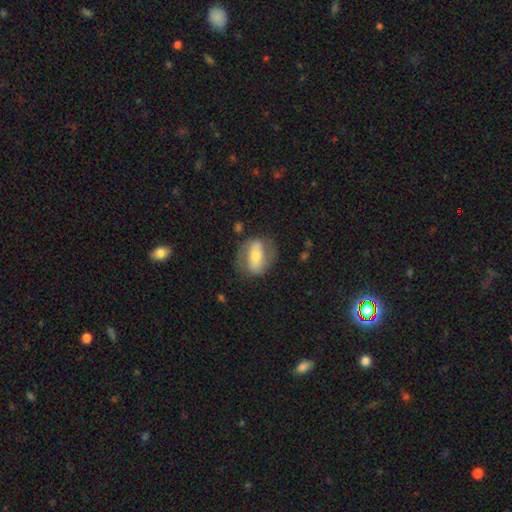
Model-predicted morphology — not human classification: Smooth or featured? Predicted: featured or disk (p=0.55). Edge-on disk? Predicted: no (p=0.91). Bar? Predicted: strong (p=0.50). Spiral arms? Predicted: yes (p=0.65). Bulge size? Predicted: moderate (p=0.53). Merging? Predicted: none (p=0.71).